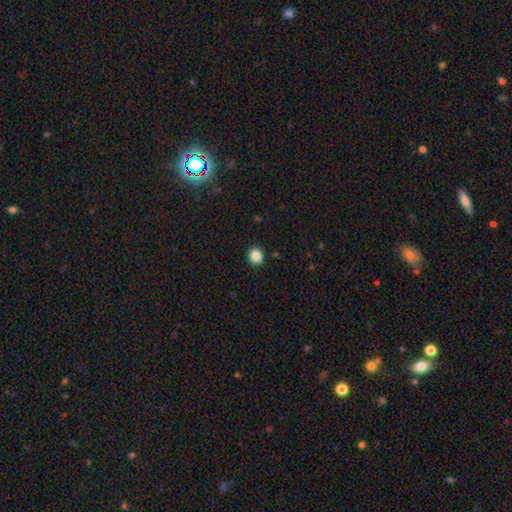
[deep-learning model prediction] The model was most divided on "how rounded": round: 85%, in between: 14%, cigar-shaped: 1%. More confident: merging — none (92%); smooth or featured — smooth (86%).